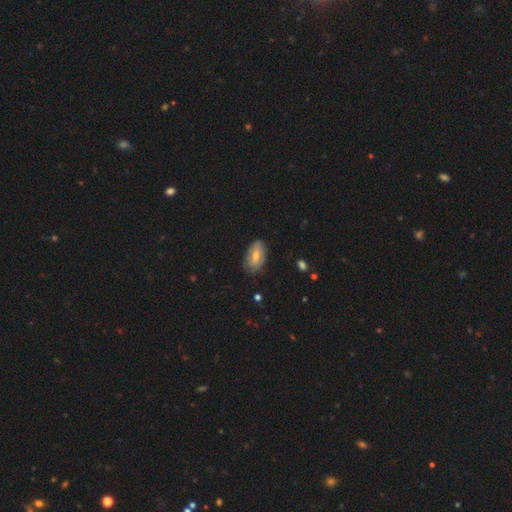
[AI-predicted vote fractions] smooth 53%, featured or disk 37%, star or artifact 11%. Down the decision tree: how rounded — in between (91%); merging — none (76%).